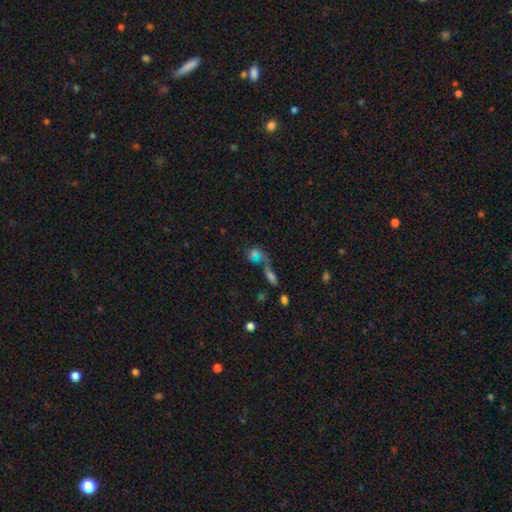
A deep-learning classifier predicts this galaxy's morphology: smooth_or_featured: smooth (p=0.55) [alt: featured or disk p=0.24]
how_rounded: in between (p=0.66) [alt: round p=0.27]
merging: merger (p=0.53) [alt: none p=0.22]